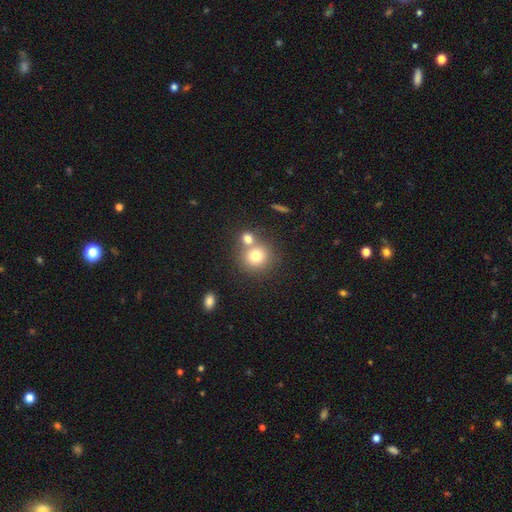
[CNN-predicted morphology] smooth 76%, featured or disk 12%, star or artifact 12%. Down the decision tree: how rounded — round (87%); merging — none (52%).